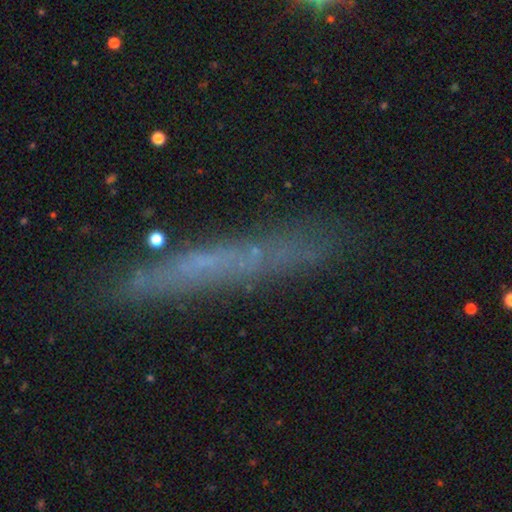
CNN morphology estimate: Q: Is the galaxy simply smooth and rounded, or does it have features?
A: smooth — 43%.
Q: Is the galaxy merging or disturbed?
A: none — 80%.